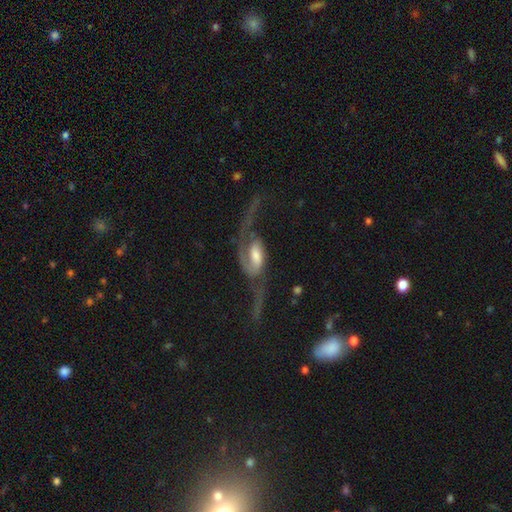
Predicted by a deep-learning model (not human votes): The model was most divided on "bar": weak: 43%, no: 33%, strong: 24%. Remaining: edge-on disk — no (93%); spiral arms — yes (91%); spiral arm count — 2 (81%); smooth or featured — featured or disk (79%); spiral winding — loose (70%); merging — major disturbance (49%); bulge size — moderate (44%).